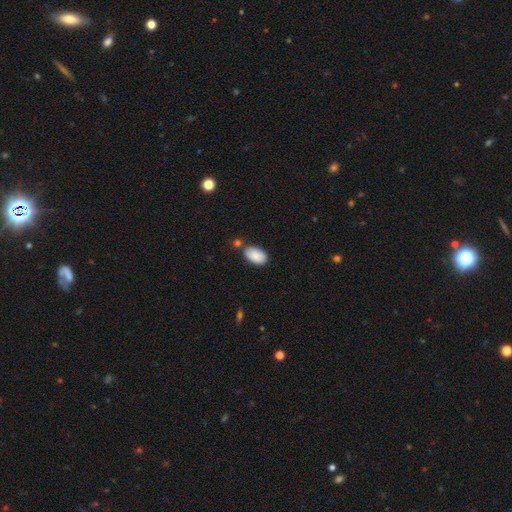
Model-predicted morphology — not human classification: A smooth galaxy with no disk features (89%) that is in between round and cigar-shaped (95%).

Vote fractions:
- Smooth or featured? smooth: 89% / star or artifact: 6% / featured or disk: 5%
- How rounded? in between: 95% / round: 4% / cigar-shaped: 1%
- Merging? none: 70% / minor disturbance: 15% / merger: 12% / major disturbance: 3%